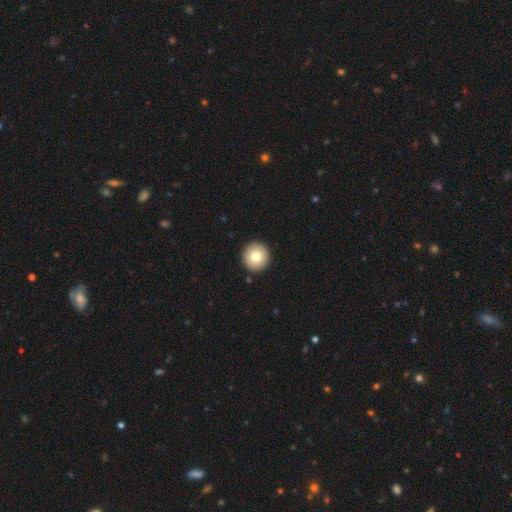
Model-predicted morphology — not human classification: Q: Smooth or featured?
A: smooth (78%); runner-up: featured or disk (13%)
Q: How rounded?
A: round (94%); runner-up: in between (5%)
Q: Merging?
A: none (93%); runner-up: minor disturbance (5%)